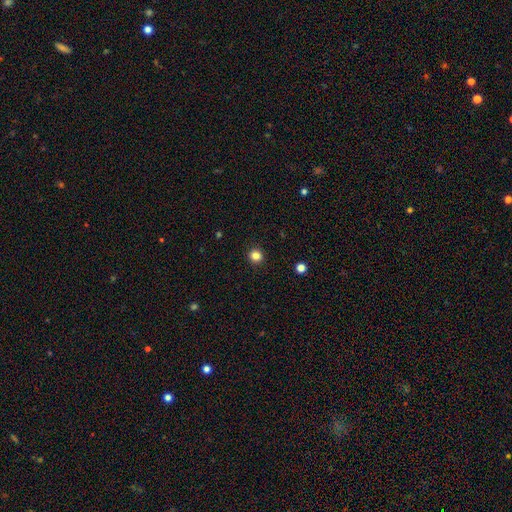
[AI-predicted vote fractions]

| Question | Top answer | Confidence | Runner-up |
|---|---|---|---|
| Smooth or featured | smooth | 84% | star or artifact (12%) |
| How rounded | round | 92% | in between (7%) |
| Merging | none | 93% | minor disturbance (5%) |